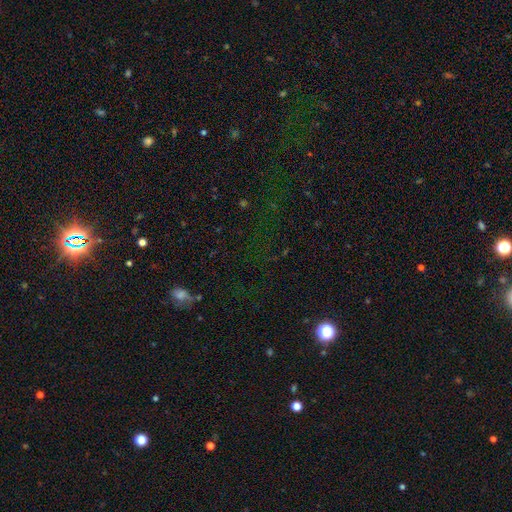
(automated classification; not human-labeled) Q: Smooth or featured?
A: star or artifact (68%); runner-up: smooth (22%)